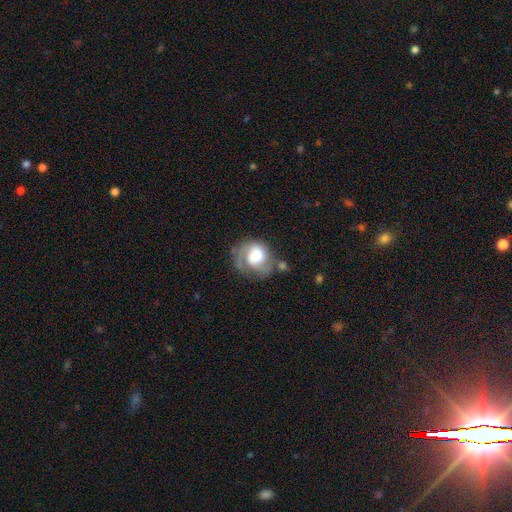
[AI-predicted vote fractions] featured or disk 64%, smooth 29%, star or artifact 7%. Down the decision tree: edge-on disk — no (98%); bar — no (57%); spiral arms — yes (88%); spiral arm count — 2 (63%); spiral winding — medium (44%); bulge size — large (49%); merging — none (51%).